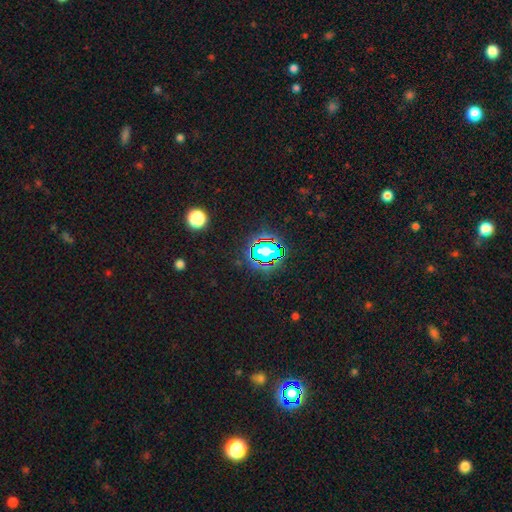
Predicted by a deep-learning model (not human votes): Q: Smooth or featured?
A: star or artifact (79%); runner-up: smooth (13%)